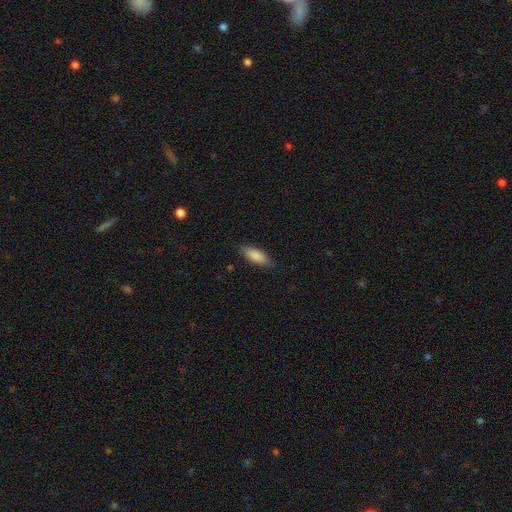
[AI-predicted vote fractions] Overall: smooth (86%). How rounded: in between (68%; cigar-shaped 30%). Merging: none (84%).